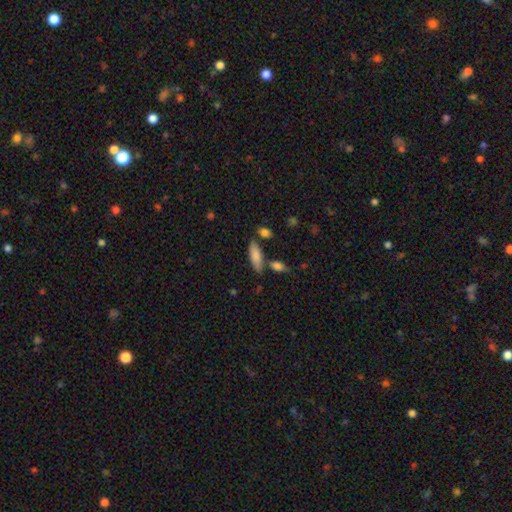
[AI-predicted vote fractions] smooth 82%, featured or disk 12%, star or artifact 7%. Down the decision tree: how rounded — in between (64%); merging — none (69%).